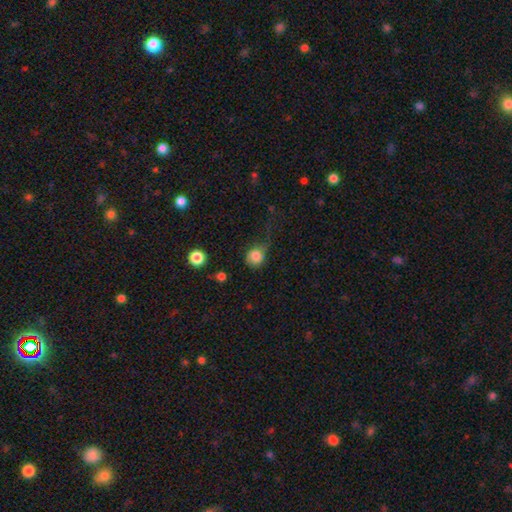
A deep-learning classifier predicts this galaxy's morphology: Overall: smooth (82%). How rounded: round (81%). Merging: none (44%; minor disturbance 31%).